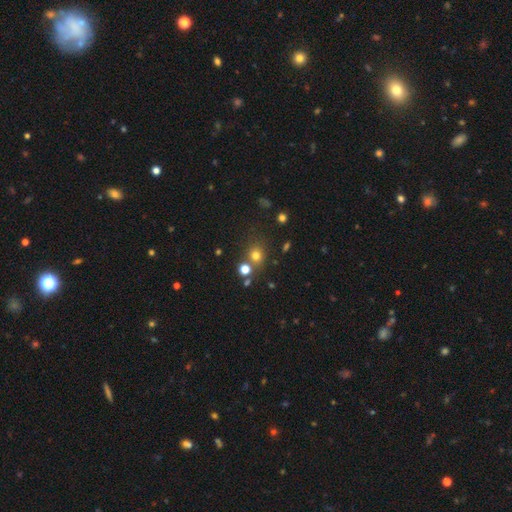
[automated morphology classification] smooth-or-featured: smooth: 72% | star or artifact: 19% | featured or disk: 8%
  how-rounded: round: 80% | in between: 19% | cigar-shaped: 1%
  merging: none: 70% | merger: 16% | minor disturbance: 10% | major disturbance: 4%